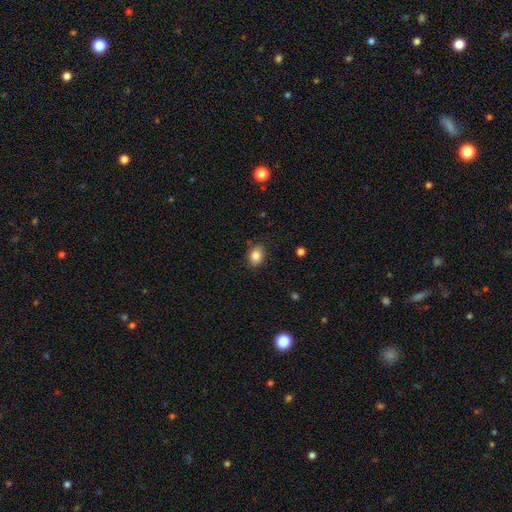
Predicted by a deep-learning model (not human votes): The model was most divided on "how rounded": in between: 68%, round: 31%, cigar-shaped: 1%. More confident: smooth or featured — smooth (85%); merging — none (85%).